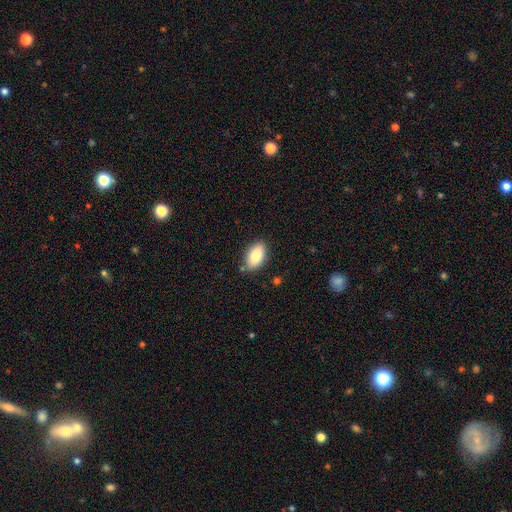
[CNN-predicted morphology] Smooth or featured?
  - smooth: 83% *
  - featured or disk: 9%
  - star or artifact: 7%
How rounded?
  - in between: 93% *
  - round: 5%
  - cigar-shaped: 3%
Merging?
  - none: 81% *
  - minor disturbance: 13%
  - major disturbance: 3%
  - merger: 3%